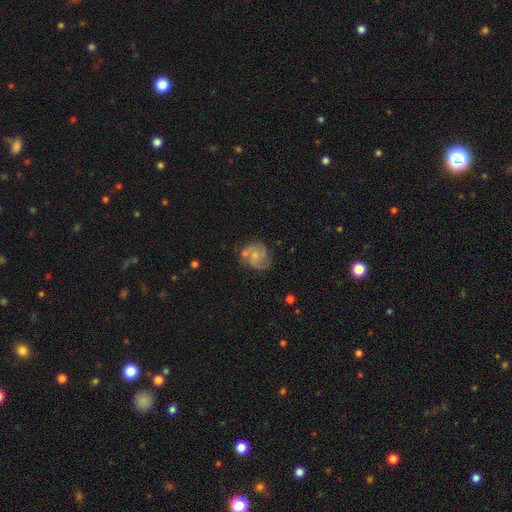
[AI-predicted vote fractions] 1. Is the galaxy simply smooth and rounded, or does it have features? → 72% featured or disk, 21% smooth, 7% star or artifact.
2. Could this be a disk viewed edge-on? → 98% no, 2% yes.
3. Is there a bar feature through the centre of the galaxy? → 71% no, 26% weak, 3% strong.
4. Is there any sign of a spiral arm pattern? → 89% yes, 11% no.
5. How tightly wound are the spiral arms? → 45% medium, 41% tight, 15% loose.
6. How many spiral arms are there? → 37% 3, 31% 2, 18% can't tell, 6% 4, 4% 1, 4% more than 4.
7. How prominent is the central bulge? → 60% small, 27% moderate, 10% none, 2% large, 1% dominant.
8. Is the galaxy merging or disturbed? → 58% none, 21% minor disturbance, 12% merger, 9% major disturbance.